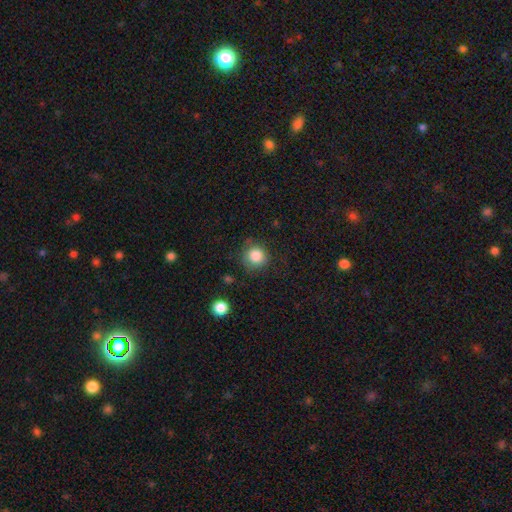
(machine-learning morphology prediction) Q: Smooth or featured?
A: smooth (84%); runner-up: star or artifact (10%)
Q: How rounded?
A: round (91%); runner-up: in between (8%)
Q: Merging?
A: none (77%); runner-up: minor disturbance (16%)